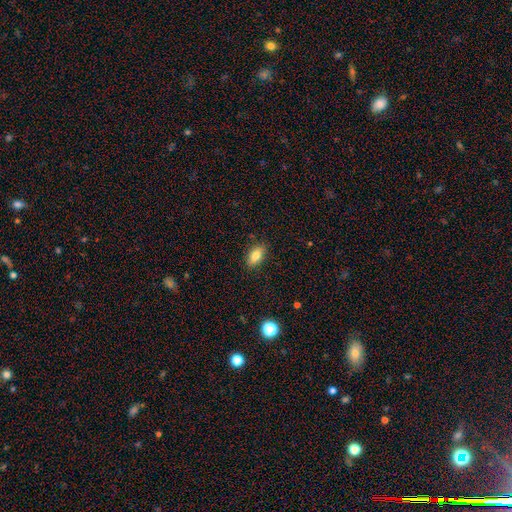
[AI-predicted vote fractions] smooth_or_featured: smooth (p=0.82) [alt: featured or disk p=0.10]
how_rounded: in between (p=0.88) [alt: cigar-shaped p=0.07]
merging: none (p=0.86) [alt: minor disturbance p=0.11]